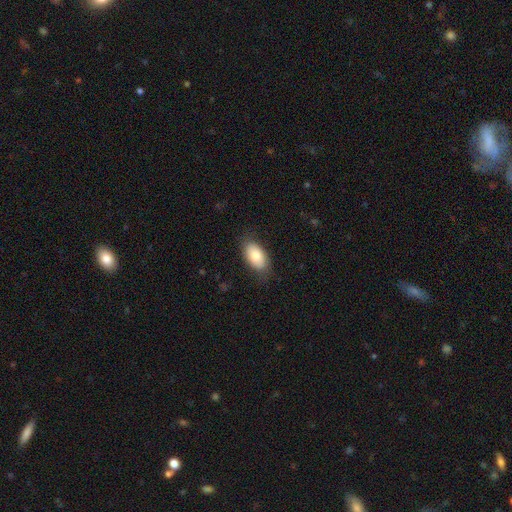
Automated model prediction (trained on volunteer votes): A smooth galaxy with no disk features (80%) that is in between round and cigar-shaped (94%). Merging: none (78%).